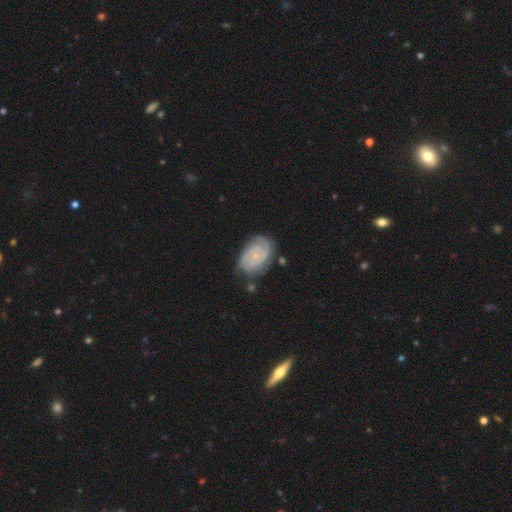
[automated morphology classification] Smooth or featured?
  - featured or disk: 79% *
  - smooth: 15%
  - star or artifact: 6%
Edge-on disk?
  - no: 97% *
  - yes: 3%
Bar?
  - no: 65% *
  - weak: 30%
  - strong: 5%
Spiral arms?
  - yes: 95% *
  - no: 5%
Spiral winding?
  - tight: 69% *
  - medium: 25%
  - loose: 6%
Spiral arm count?
  - 2: 55% *
  - can't tell: 20%
  - 3: 14%
  - 1: 4%
  - 4: 4%
  - more than 4: 3%
Bulge size?
  - small: 76% *
  - moderate: 15%
  - none: 7%
  - large: 1%
  - dominant: 1%
Merging?
  - none: 69% *
  - minor disturbance: 21%
  - major disturbance: 6%
  - merger: 3%